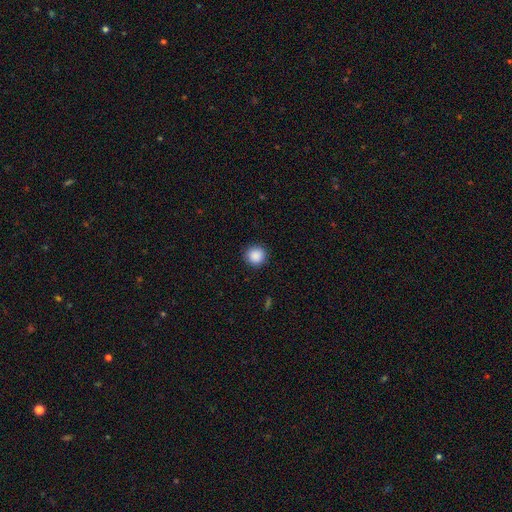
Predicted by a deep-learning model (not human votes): Smooth or featured?
  - smooth: 89% *
  - star or artifact: 9%
  - featured or disk: 3%
How rounded?
  - round: 94% *
  - in between: 5%
  - cigar-shaped: 1%
Merging?
  - none: 91% *
  - minor disturbance: 6%
  - major disturbance: 2%
  - merger: 1%